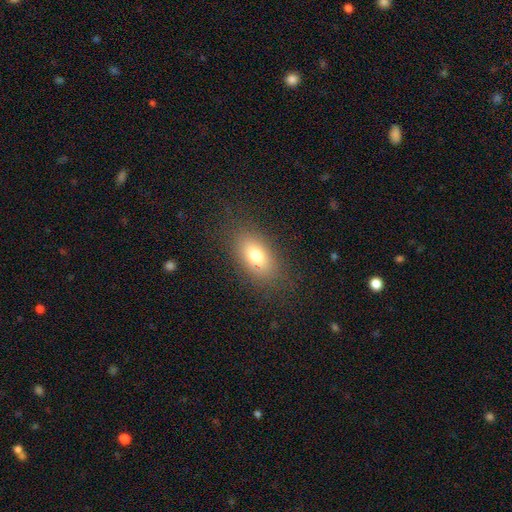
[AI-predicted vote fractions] smooth-or-featured: smooth: 73% | featured or disk: 16% | star or artifact: 11%
  how-rounded: in between: 84% | round: 12% | cigar-shaped: 4%
  merging: none: 81% | minor disturbance: 12% | major disturbance: 6% | merger: 1%